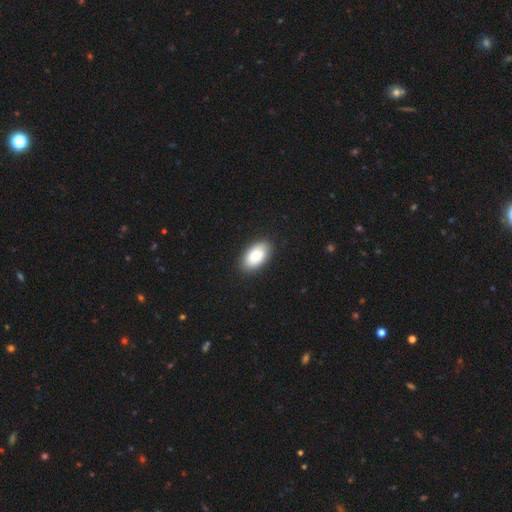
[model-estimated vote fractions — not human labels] A smooth galaxy with no disk features (85%) that is in between round and cigar-shaped (94%).

Vote fractions:
- Smooth or featured? smooth: 85% / featured or disk: 9% / star or artifact: 6%
- How rounded? in between: 94% / round: 4% / cigar-shaped: 2%
- Merging? none: 88% / minor disturbance: 9% / major disturbance: 2% / merger: 1%